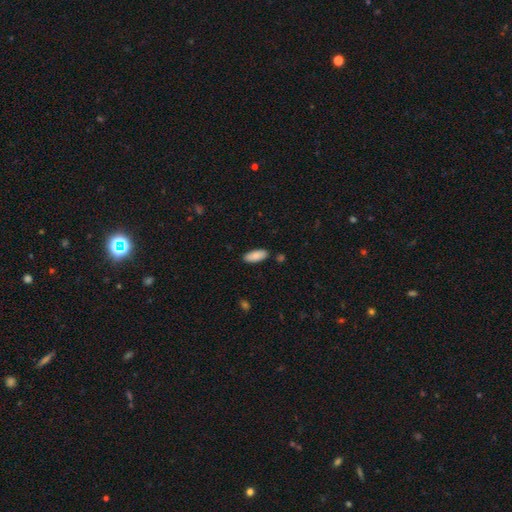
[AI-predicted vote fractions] Q: Smooth or featured?
A: smooth (87%); runner-up: featured or disk (6%)
Q: How rounded?
A: in between (82%); runner-up: cigar-shaped (16%)
Q: Merging?
A: none (86%); runner-up: minor disturbance (10%)